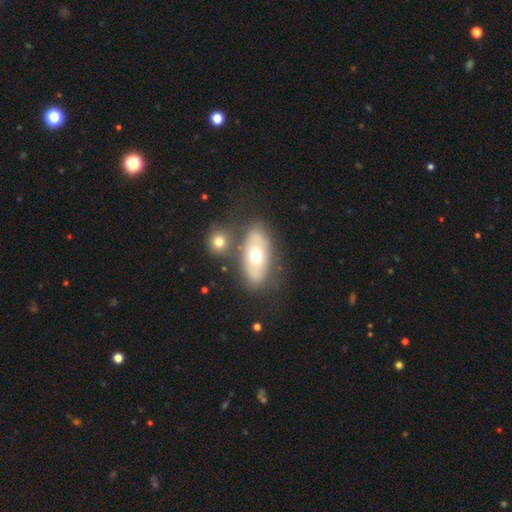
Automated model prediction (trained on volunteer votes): This is possibly a smooth galaxy (50%). How rounded: clearly in between (86%). Merging: likely none (63%).